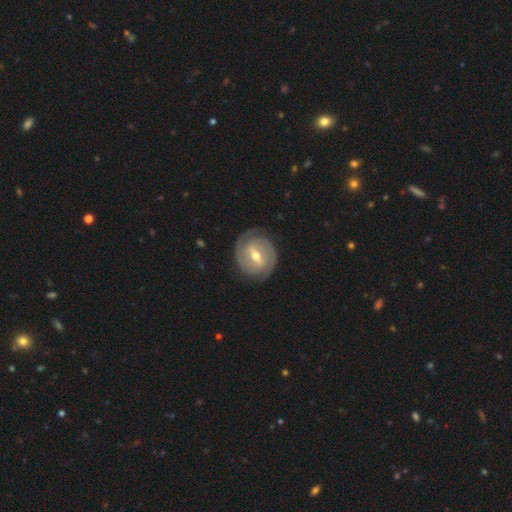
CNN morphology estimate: The model was most divided on "bar": weak: 44%, strong: 43%, no: 12%. More confident: edge-on disk — no (96%); spiral arms — yes (92%); merging — none (83%); smooth or featured — featured or disk (83%); spiral arm count — 2 (79%); spiral winding — tight (69%); bulge size — moderate (68%).